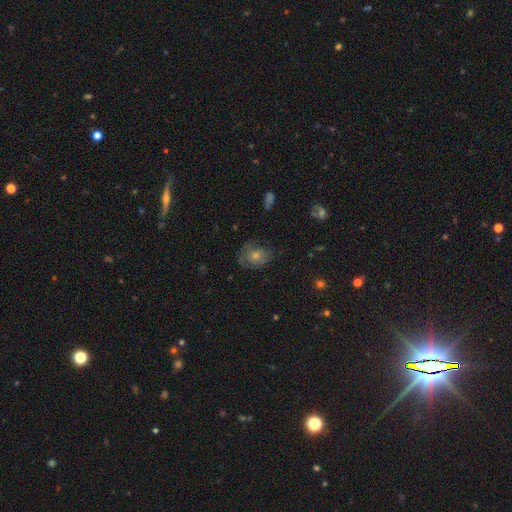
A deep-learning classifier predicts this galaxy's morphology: Smooth or featured? featured or disk (47%)
Merging? none (70%)